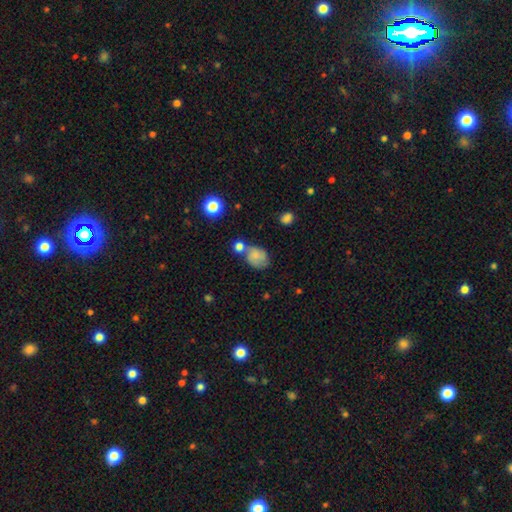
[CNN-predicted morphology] smooth-or-featured: smooth: 61% | featured or disk: 29% | star or artifact: 11%
  how-rounded: in between: 65% | round: 33% | cigar-shaped: 1%
  merging: none: 40% | merger: 26% | minor disturbance: 23% | major disturbance: 11%